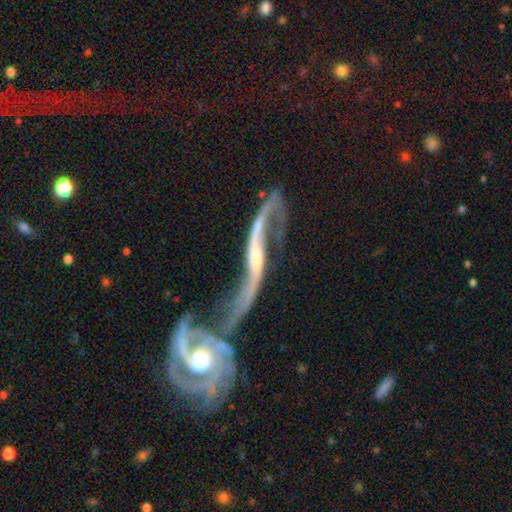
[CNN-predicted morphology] A featured or disk galaxy (87%) with no bar (38%), 2 (88%) loose (83%) spiral arms (91%) and a moderate central bulge (46%). Merging: merger (60%).